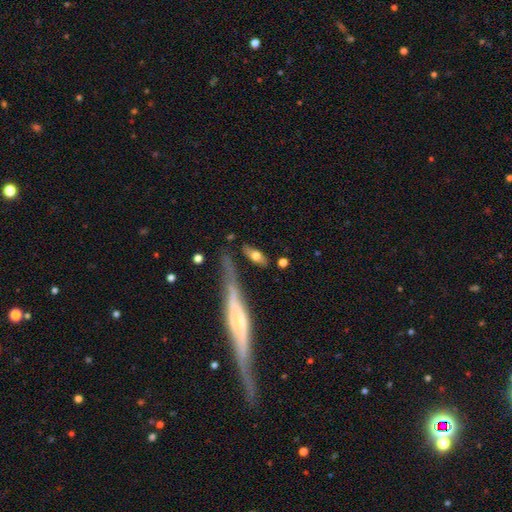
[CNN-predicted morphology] smooth_or_featured: smooth (p=0.62) [alt: featured or disk p=0.31]
how_rounded: in between (p=0.70) [alt: cigar-shaped p=0.26]
merging: none (p=0.67) [alt: minor disturbance p=0.16]